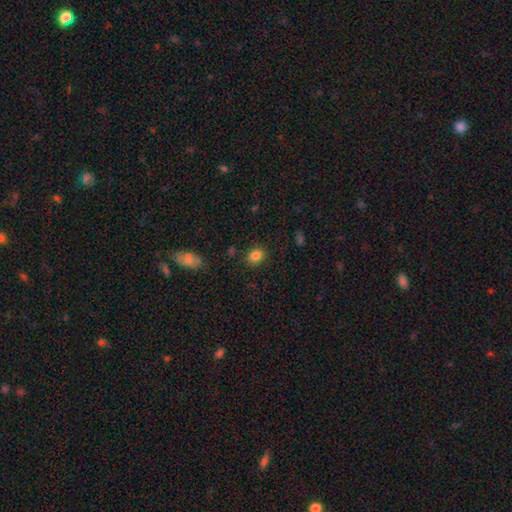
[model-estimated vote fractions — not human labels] This appears to be a smooth galaxy with no disk features (84%) that is round (55%). Merging: none (85%).